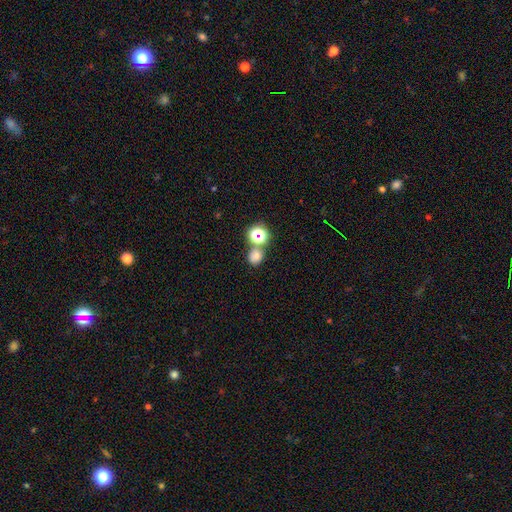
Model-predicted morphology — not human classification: type=smooth (71%); roundness=round (74%); merging=none (62%).